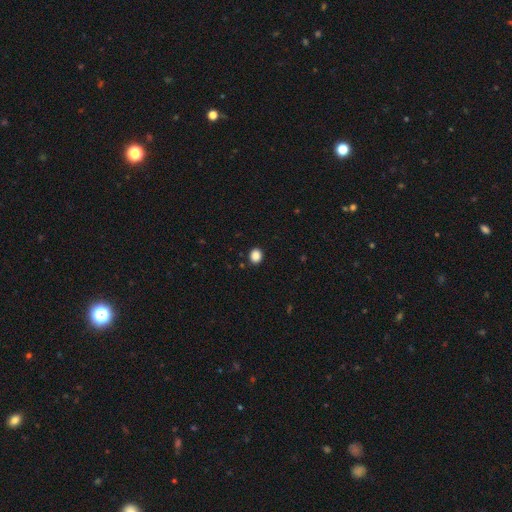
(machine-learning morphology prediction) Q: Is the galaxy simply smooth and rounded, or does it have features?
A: smooth — 88%.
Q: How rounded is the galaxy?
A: round — 67%.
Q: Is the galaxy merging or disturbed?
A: none — 91%.